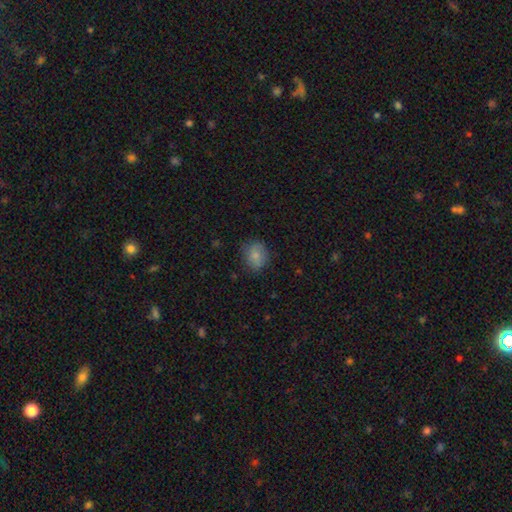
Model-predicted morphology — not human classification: smooth 81%, featured or disk 10%, star or artifact 9%. Down the decision tree: how rounded — round (57%); merging — none (74%).